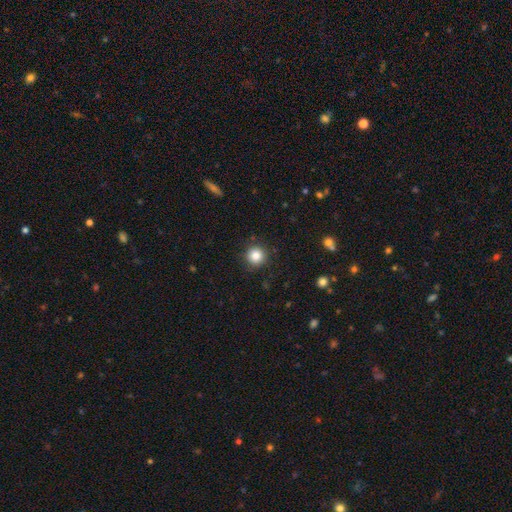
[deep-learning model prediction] smooth 83%, star or artifact 11%, featured or disk 6%. Down the decision tree: how rounded — round (94%); merging — none (90%).